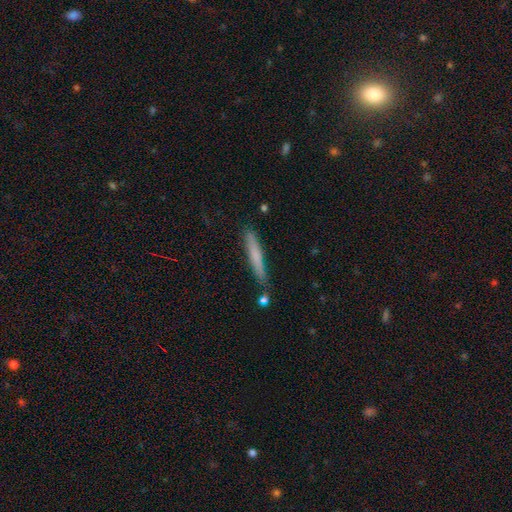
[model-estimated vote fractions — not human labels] smooth-or-featured: smooth: 66% | featured or disk: 28% | star or artifact: 7%
  how-rounded: cigar-shaped: 95% | in between: 4% | round: 1%
  merging: none: 80% | minor disturbance: 14% | merger: 3% | major disturbance: 3%